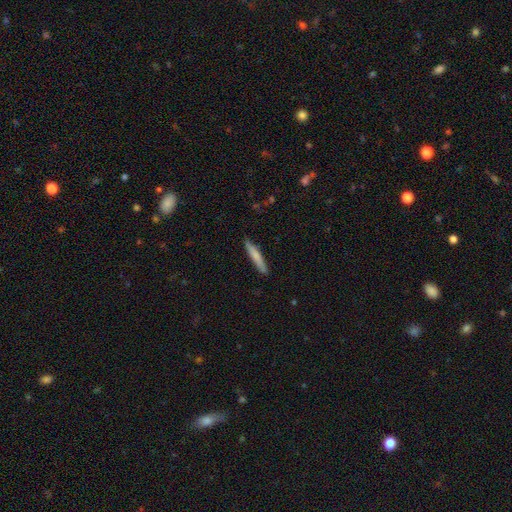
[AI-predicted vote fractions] Smooth or featured? Predicted: smooth (p=0.72). How rounded? Predicted: cigar-shaped (p=0.94). Merging? Predicted: none (p=0.88).